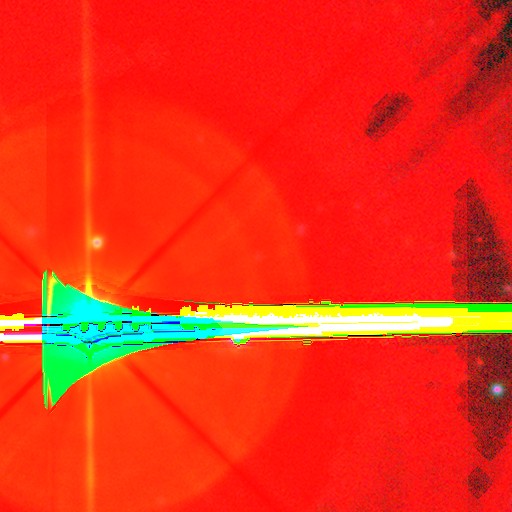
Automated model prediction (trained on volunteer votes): Overall: star or artifact (90%).